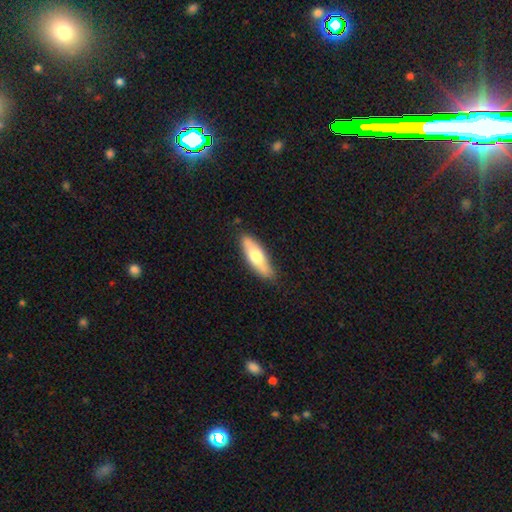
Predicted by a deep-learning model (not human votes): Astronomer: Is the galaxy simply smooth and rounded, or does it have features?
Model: smooth — 61%.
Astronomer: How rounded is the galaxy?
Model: in between — 53% (runner-up: cigar-shaped, 45%).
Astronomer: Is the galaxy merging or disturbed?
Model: none — 83%.